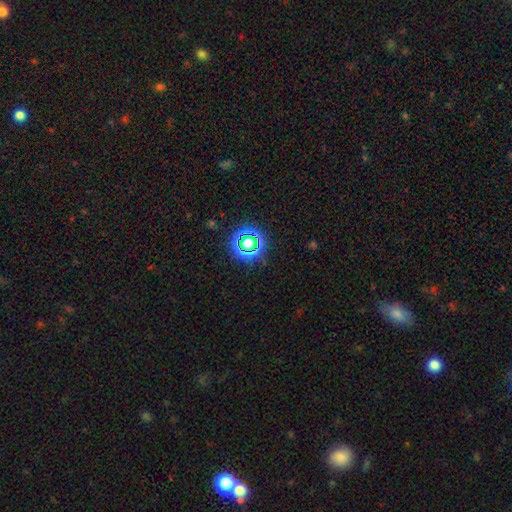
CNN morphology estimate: Smooth or featured? star or artifact (65%)